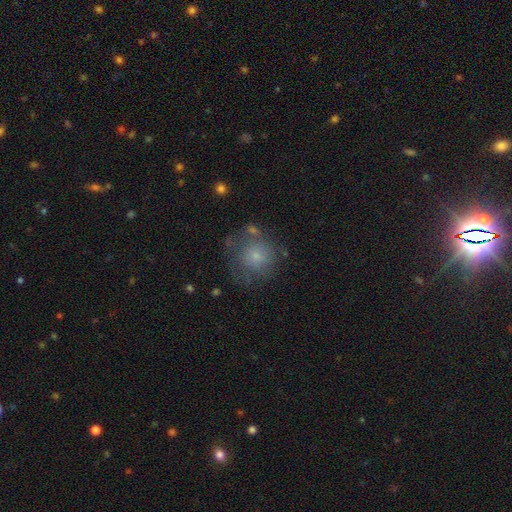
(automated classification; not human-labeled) smooth-or-featured: smooth: 66% | featured or disk: 23% | star or artifact: 10%
  how-rounded: round: 88% | in between: 11% | cigar-shaped: 1%
  merging: none: 59% | minor disturbance: 21% | major disturbance: 14% | merger: 6%